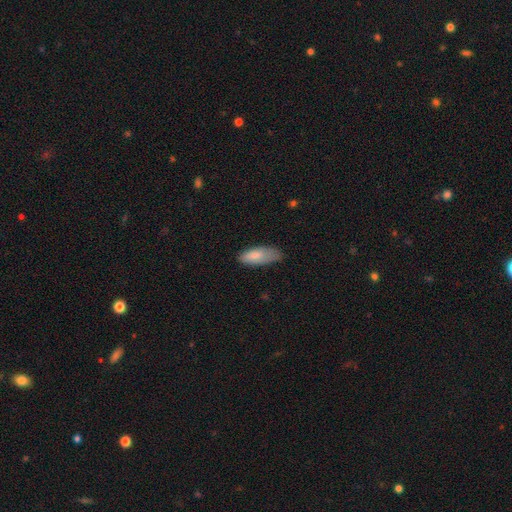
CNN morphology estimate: This is clearly a smooth galaxy (83%). How rounded: likely in between (73%). Merging: possibly none (55%).